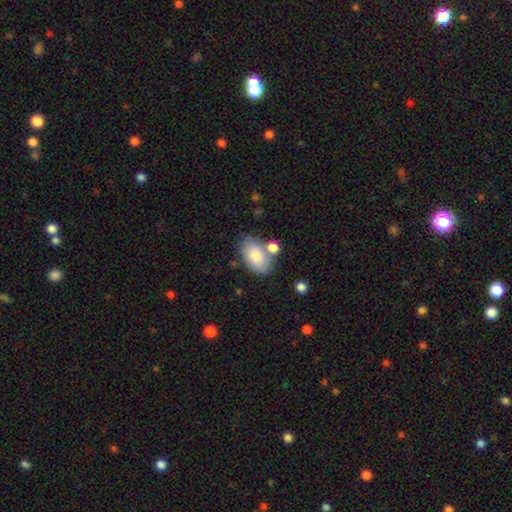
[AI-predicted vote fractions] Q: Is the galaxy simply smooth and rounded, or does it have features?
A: smooth — 80%.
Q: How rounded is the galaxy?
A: in between — 92%.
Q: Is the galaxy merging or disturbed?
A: none — 63%.